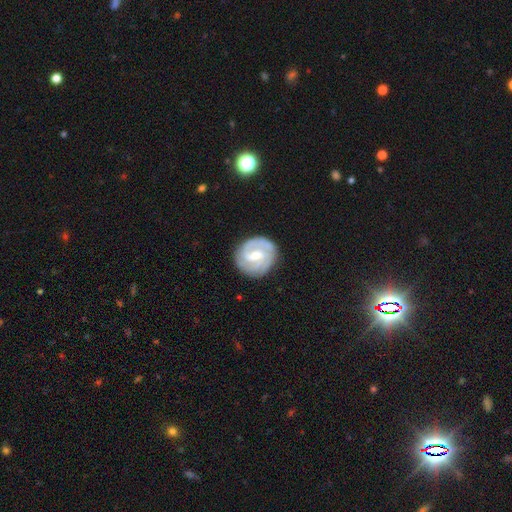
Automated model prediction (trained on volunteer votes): This is clearly a featured or disk galaxy (85%). It is clearly not viewed edge-on (98%). Bar: possibly weak (55%). Spiral arm pattern: clearly yes (96%). Spiral arm count: marginally 2 (43%). Spiral winding: possibly tight (57%). Central bulge: possibly moderate (50%). Merging: clearly none (84%).